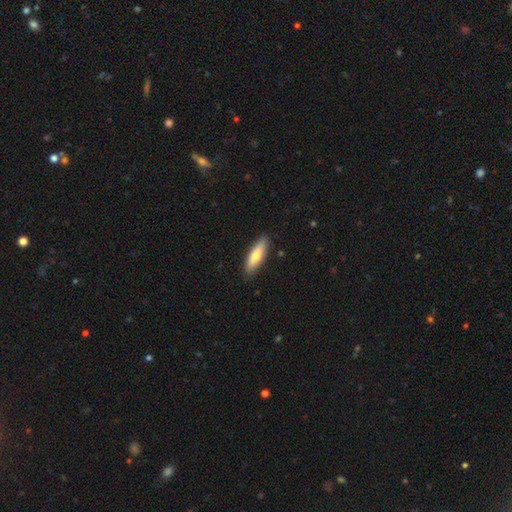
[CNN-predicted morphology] smooth-or-featured: smooth: 75% | featured or disk: 20% | star or artifact: 5%
  how-rounded: cigar-shaped: 57% | in between: 42% | round: 2%
  merging: none: 88% | minor disturbance: 9% | major disturbance: 2% | merger: 1%